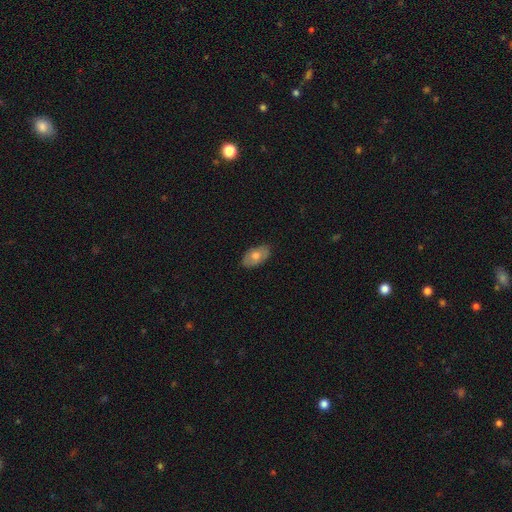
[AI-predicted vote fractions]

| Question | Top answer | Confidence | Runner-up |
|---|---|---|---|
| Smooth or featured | smooth | 61% | featured or disk (32%) |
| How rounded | in between | 92% | round (6%) |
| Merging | none | 83% | minor disturbance (14%) |